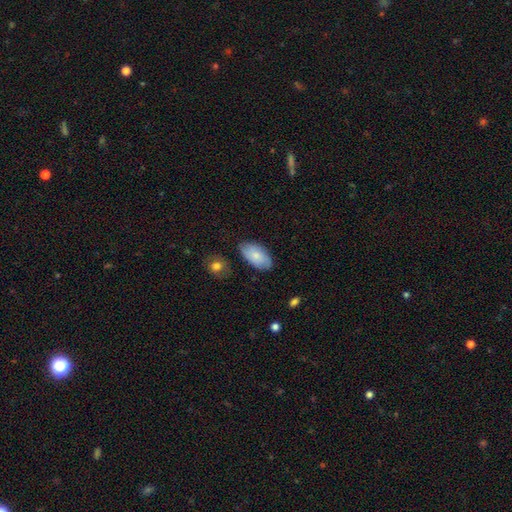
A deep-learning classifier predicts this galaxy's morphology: smooth 76%, featured or disk 18%, star or artifact 6%. Down the decision tree: how rounded — in between (95%); merging — none (78%).